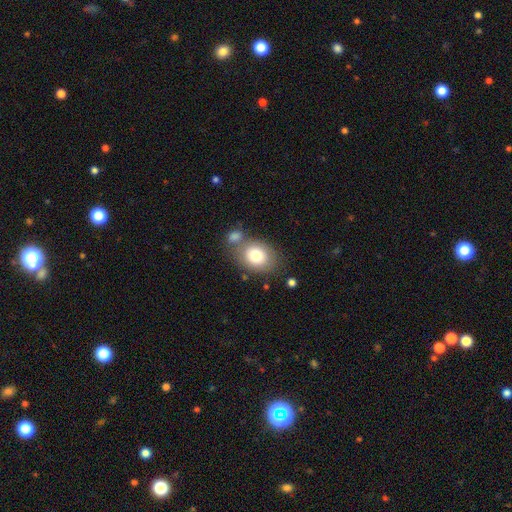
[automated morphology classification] This is likely a smooth galaxy (77%). How rounded: possibly in between (53%). Merging: possibly none (58%).